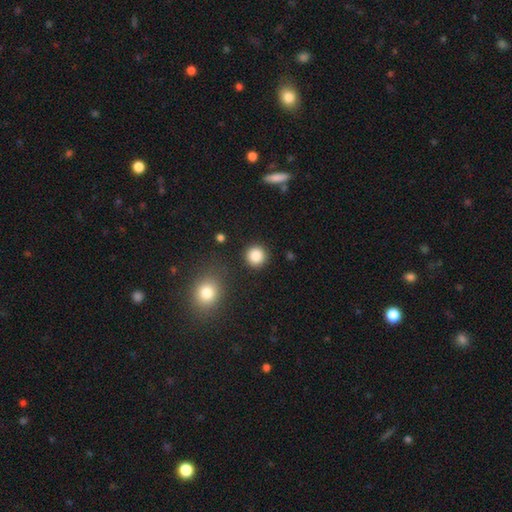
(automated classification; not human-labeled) Smooth or featured: smooth — 87% (star or artifact — 10%)
How rounded: round — 93% (in between — 6%)
Merging: none — 89% (minor disturbance — 6%)